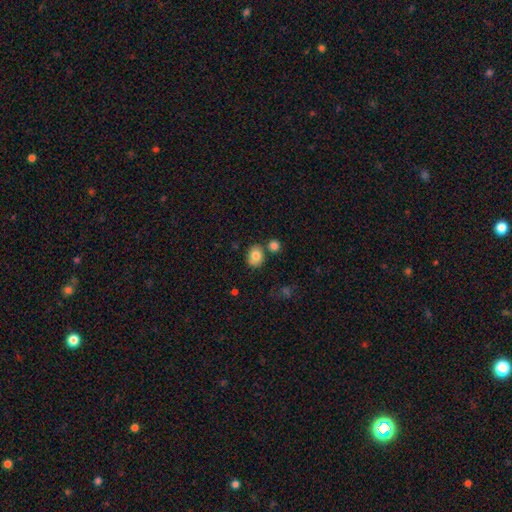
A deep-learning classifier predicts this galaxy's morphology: Q: Smooth or featured?
A: smooth (81%); runner-up: featured or disk (10%)
Q: How rounded?
A: round (53%); runner-up: in between (46%)
Q: Merging?
A: none (69%); runner-up: minor disturbance (14%)